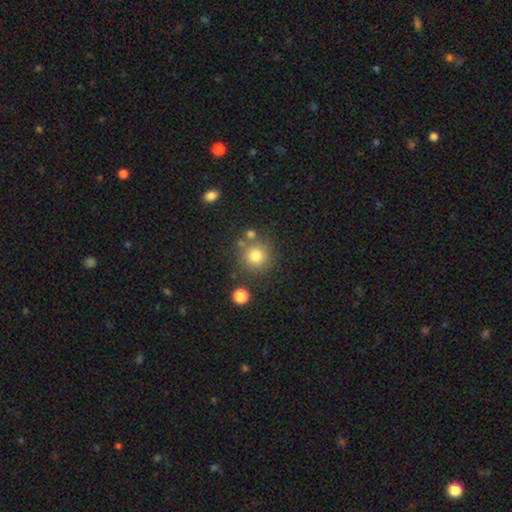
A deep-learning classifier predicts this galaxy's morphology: This appears to be a smooth galaxy with no disk features (79%) that is round (93%). Merging: none (76%).